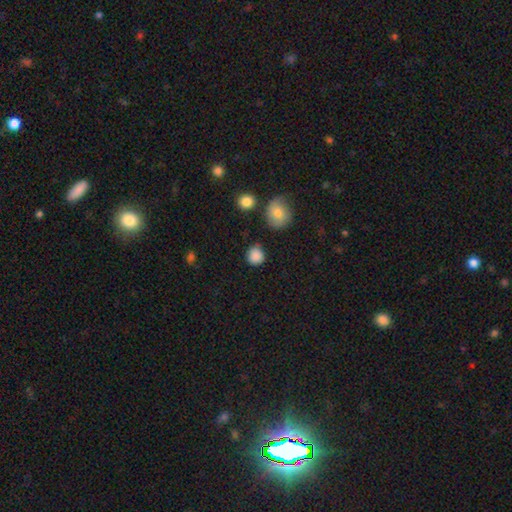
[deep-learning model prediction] Morphology: type=smooth (86%); roundness=round (86%); merging=none (78%).